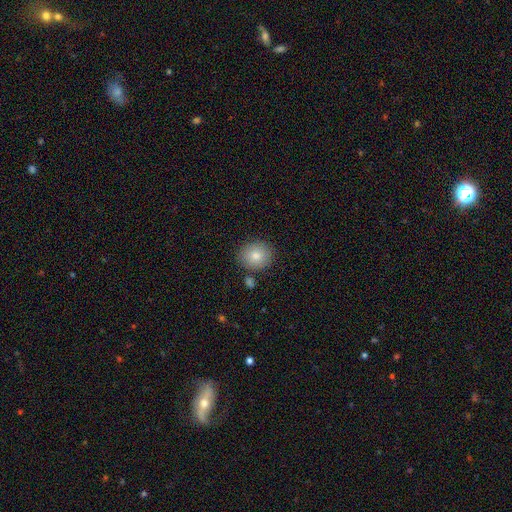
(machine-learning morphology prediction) The model was most divided on "how rounded": round: 72%, in between: 27%, cigar-shaped: 1%. More confident: smooth or featured — smooth (82%); merging — none (81%).